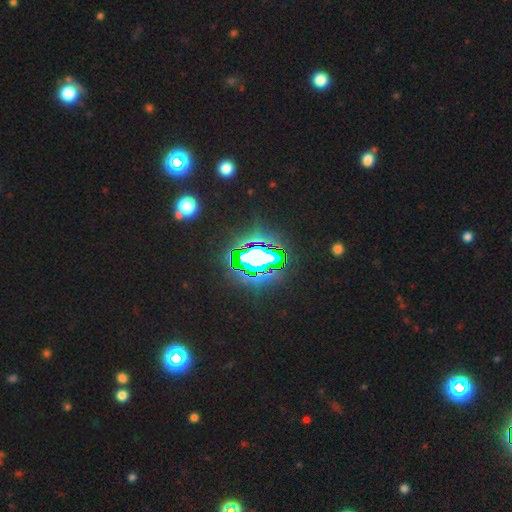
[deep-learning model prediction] star or artifact 73%, featured or disk 14%, smooth 13%.